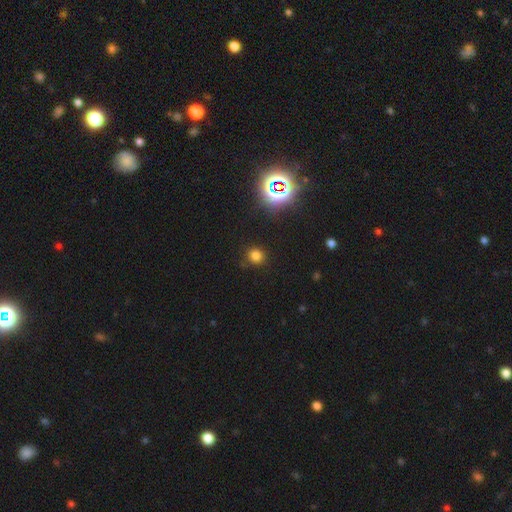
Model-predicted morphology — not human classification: Smooth or featured? smooth (75%)
How rounded? round (84%)
Merging? none (86%)